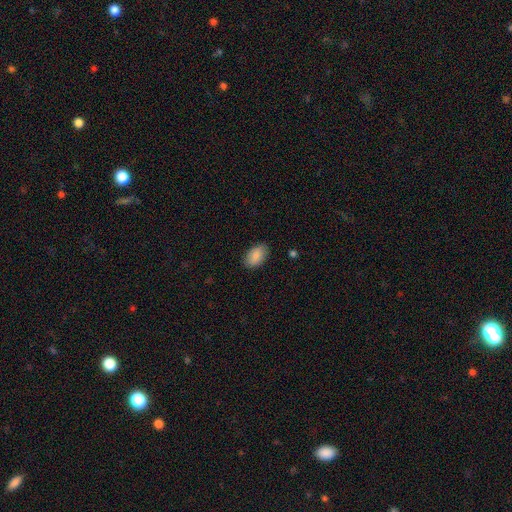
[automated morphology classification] This is clearly a smooth galaxy (88%). How rounded: clearly in between (94%). Merging: clearly none (86%).